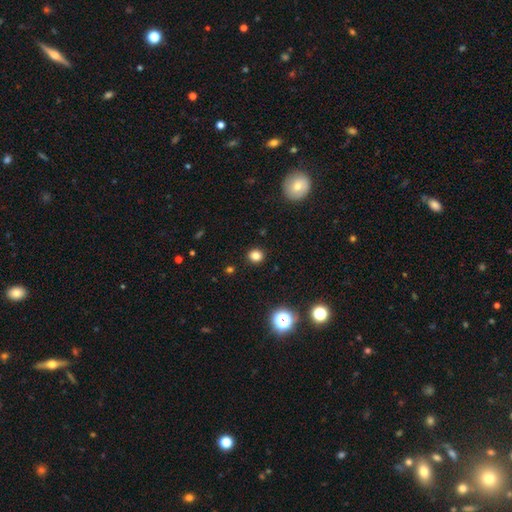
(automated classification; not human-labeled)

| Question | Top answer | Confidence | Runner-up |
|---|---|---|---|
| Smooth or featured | smooth | 82% | star or artifact (14%) |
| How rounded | round | 86% | in between (13%) |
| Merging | none | 91% | minor disturbance (6%) |